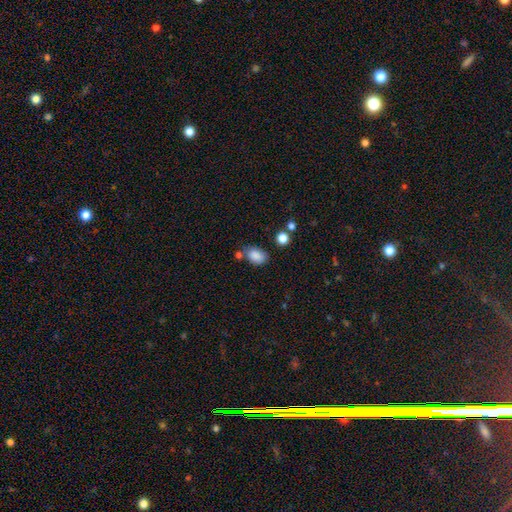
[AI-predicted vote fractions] Smooth or featured? smooth (86%)
How rounded? in between (82%)
Merging? none (64%)